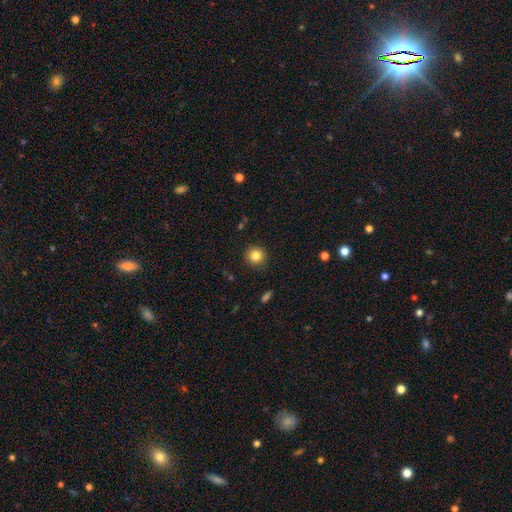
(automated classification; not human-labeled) smooth-or-featured: smooth: 83% | star or artifact: 11% | featured or disk: 6%
  how-rounded: round: 93% | in between: 6% | cigar-shaped: 1%
  merging: none: 90% | minor disturbance: 7% | major disturbance: 2% | merger: 1%